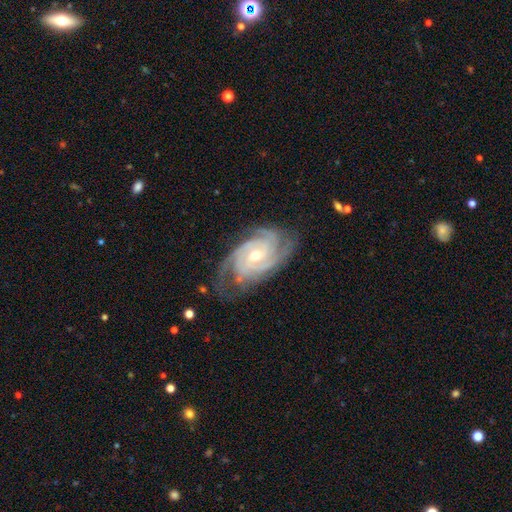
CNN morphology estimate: smooth-or-featured: featured or disk: 92% | star or artifact: 4% | smooth: 4%
  disk-edge-on: no: 97% | yes: 3%
    bar: no: 51% | weak: 37% | strong: 12%
    has-spiral-arms: yes: 98% | no: 2%
      spiral-winding: tight: 71% | medium: 26% | loose: 3%
      spiral-arm-count: 4: 34% | 3: 31% | can't tell: 13% | 2: 11% | more than 4: 6% | 1: 5%
    bulge-size: small: 53% | moderate: 45% | large: 1% | none: 1% | dominant: 1%
  merging: none: 72% | minor disturbance: 20% | major disturbance: 7% | merger: 1%